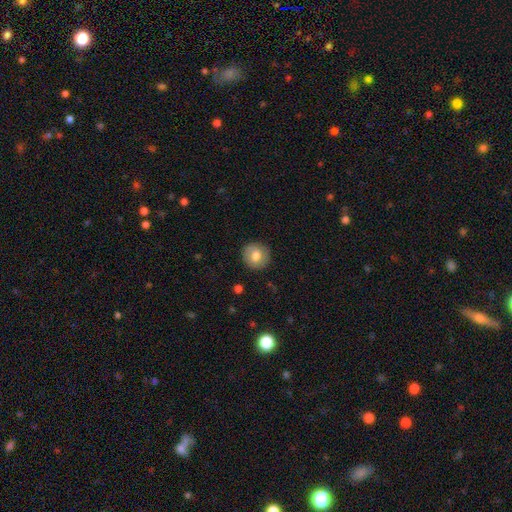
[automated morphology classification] Smooth or featured? smooth (69%)
How rounded? round (90%)
Merging? none (87%)